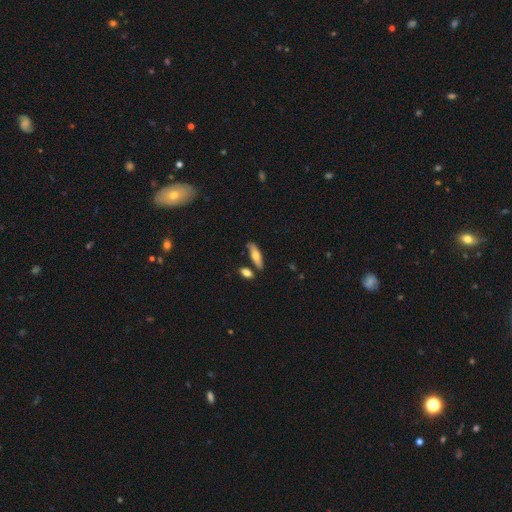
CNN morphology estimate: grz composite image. It shows a smooth galaxy with no disk features (65%) that is in between round and cigar-shaped (51%). Merging: none (72%).